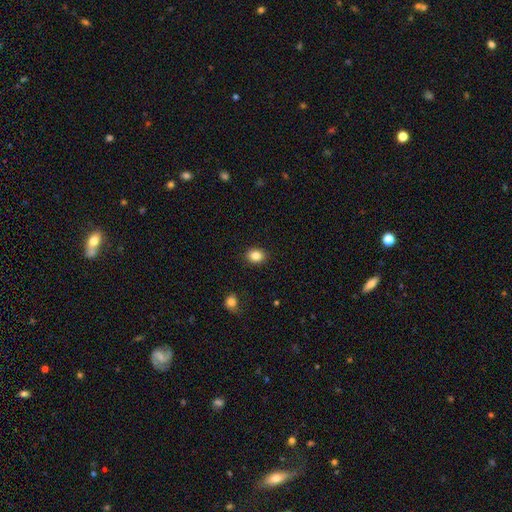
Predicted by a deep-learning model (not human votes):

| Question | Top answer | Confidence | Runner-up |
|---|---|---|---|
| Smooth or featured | smooth | 85% | star or artifact (9%) |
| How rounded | in between | 51% | round (48%) |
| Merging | none | 90% | minor disturbance (7%) |